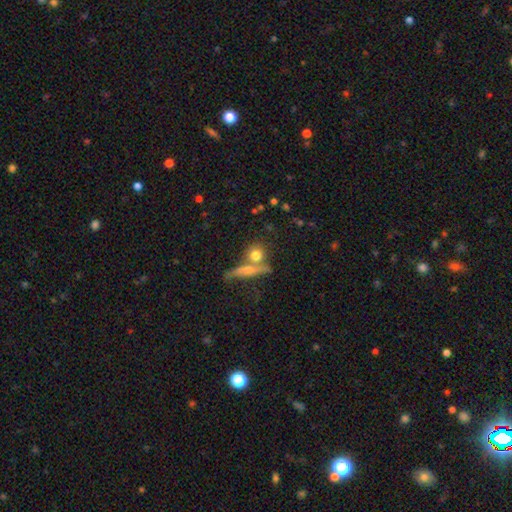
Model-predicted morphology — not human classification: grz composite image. It shows a smooth galaxy with no disk features (71%) that is round (75%). Merging: none (54%).